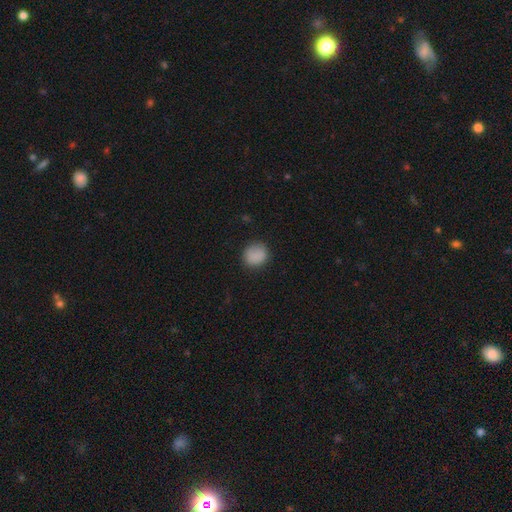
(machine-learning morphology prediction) smooth_or_featured: smooth (p=0.86) [alt: star or artifact p=0.09]
how_rounded: round (p=0.79) [alt: in between p=0.20]
merging: none (p=0.83) [alt: minor disturbance p=0.13]